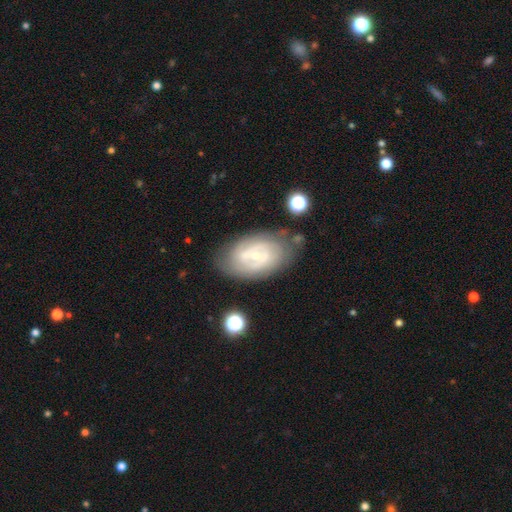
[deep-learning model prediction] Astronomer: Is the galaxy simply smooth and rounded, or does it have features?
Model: featured or disk — 77%.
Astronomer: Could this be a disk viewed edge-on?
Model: no — 96%.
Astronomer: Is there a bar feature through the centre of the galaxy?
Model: weak — 43% (runner-up: no, 39%).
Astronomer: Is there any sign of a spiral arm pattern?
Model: yes — 83%.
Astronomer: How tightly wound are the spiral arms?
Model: tight — 56% (runner-up: medium, 34%).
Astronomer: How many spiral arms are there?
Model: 2 — 50% (runner-up: can't tell, 32%).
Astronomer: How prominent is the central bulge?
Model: small — 73%.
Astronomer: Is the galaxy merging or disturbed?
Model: none — 73%.